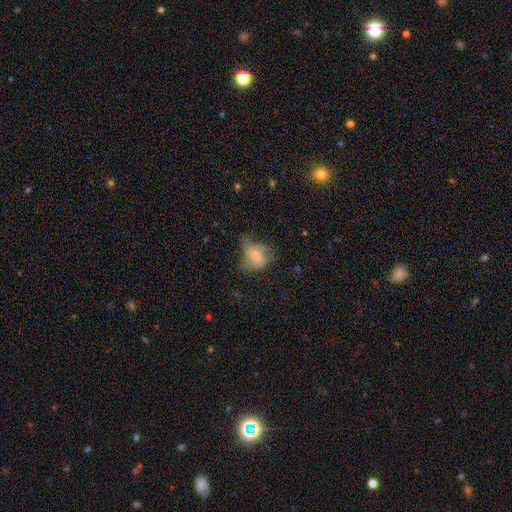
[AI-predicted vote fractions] Overall: smooth (66%). How rounded: in between (58%; round 40%). Merging: minor disturbance (34%; none 33%).